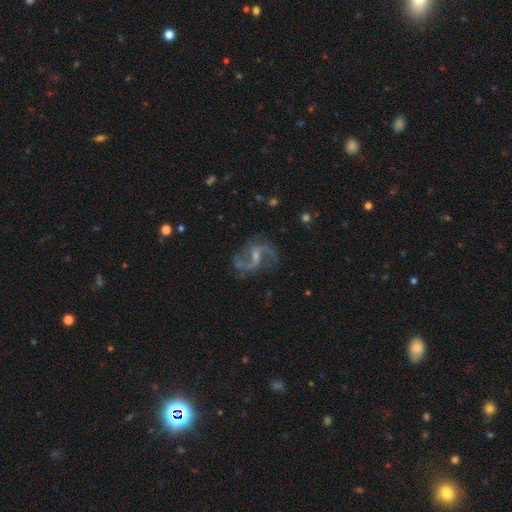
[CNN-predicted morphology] Smooth or featured? Predicted: featured or disk (p=0.90). Edge-on disk? Predicted: no (p=0.98). Bar? Predicted: weak (p=0.55). Spiral arms? Predicted: yes (p=0.97). Spiral winding? Predicted: loose (p=0.56). Spiral arm count? Predicted: 2 (p=0.91). Bulge size? Predicted: small (p=0.56). Merging? Predicted: none (p=0.77).